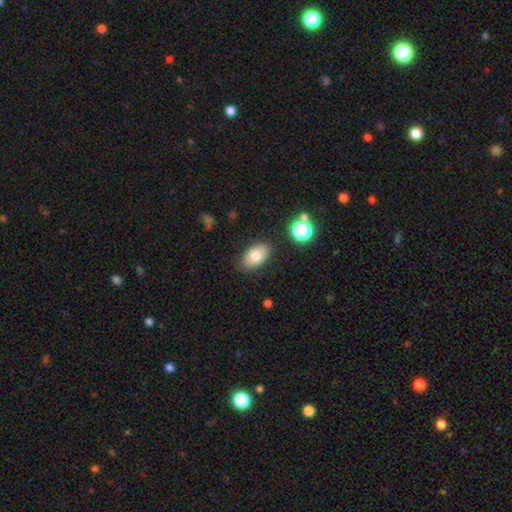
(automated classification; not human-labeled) Smooth or featured? smooth (77%)
How rounded? in between (90%)
Merging? none (84%)